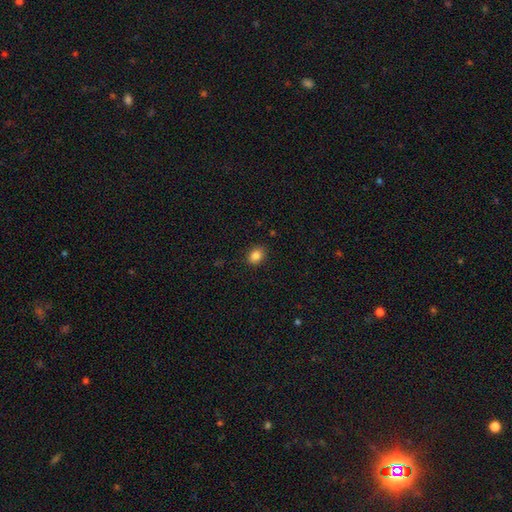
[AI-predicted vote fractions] Smooth or featured: smooth — 85% (star or artifact — 10%)
How rounded: in between — 59% (round — 40%)
Merging: none — 88% (minor disturbance — 8%)